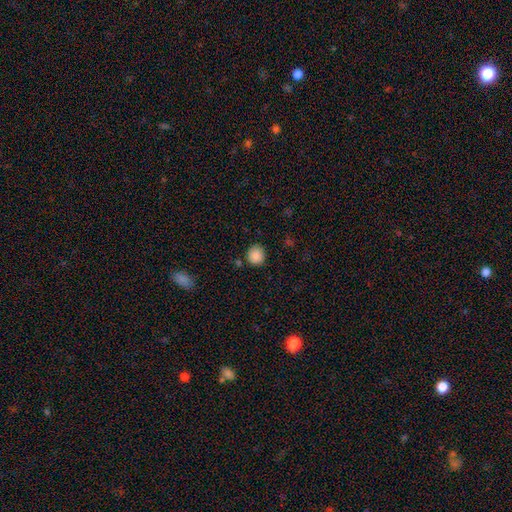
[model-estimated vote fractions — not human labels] A smooth galaxy with no disk features (87%) that is round (85%).

Vote fractions:
- Smooth or featured? smooth: 87% / star or artifact: 9% / featured or disk: 3%
- How rounded? round: 85% / in between: 14% / cigar-shaped: 1%
- Merging? none: 82% / minor disturbance: 11% / merger: 4% / major disturbance: 3%